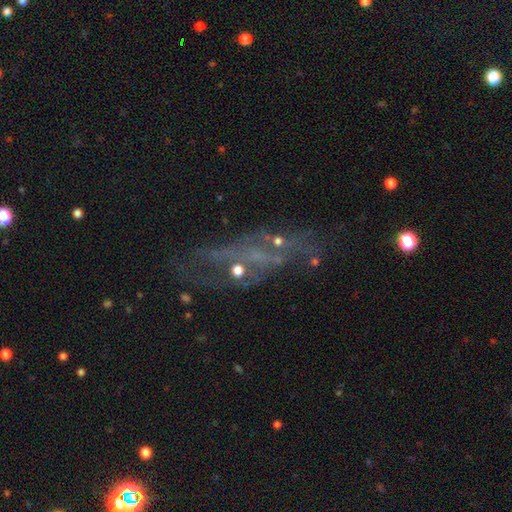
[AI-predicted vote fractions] smooth-or-featured: featured or disk: 58% | star or artifact: 23% | smooth: 19%
  disk-edge-on: no: 76% | yes: 24%
  merging: none: 57% | major disturbance: 19% | minor disturbance: 17% | merger: 7%